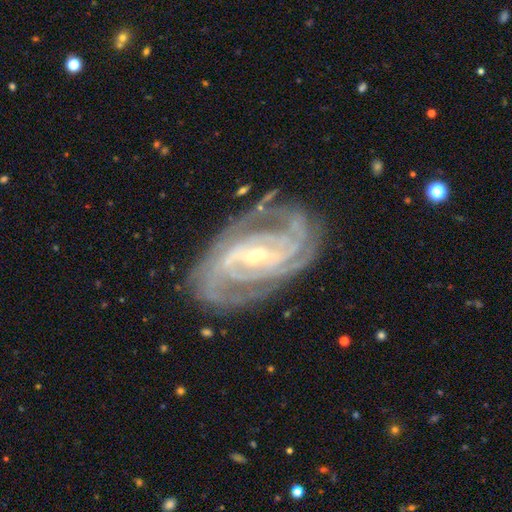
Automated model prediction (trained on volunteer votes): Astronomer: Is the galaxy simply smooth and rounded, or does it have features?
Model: featured or disk — 91%.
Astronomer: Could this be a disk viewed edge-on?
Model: no — 96%.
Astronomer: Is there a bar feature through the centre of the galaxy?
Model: strong — 44% (runner-up: weak, 37%).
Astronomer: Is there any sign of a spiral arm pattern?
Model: yes — 98%.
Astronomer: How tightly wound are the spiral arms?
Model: tight — 69%.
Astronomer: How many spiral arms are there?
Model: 3 — 24% (runner-up: 4, 23%).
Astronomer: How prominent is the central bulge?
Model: small — 67%.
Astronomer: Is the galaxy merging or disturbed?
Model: none — 77%.